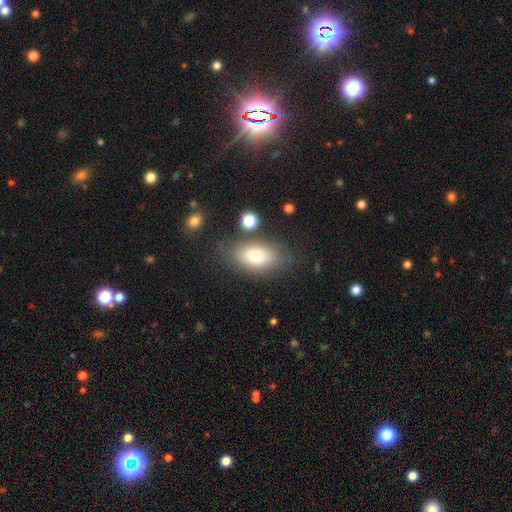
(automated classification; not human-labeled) A smooth galaxy with no disk features (75%) that is in between round and cigar-shaped (90%).

Vote fractions:
- Smooth or featured? smooth: 75% / featured or disk: 16% / star or artifact: 9%
- How rounded? in between: 90% / round: 7% / cigar-shaped: 3%
- Merging? none: 73% / minor disturbance: 16% / major disturbance: 6% / merger: 5%